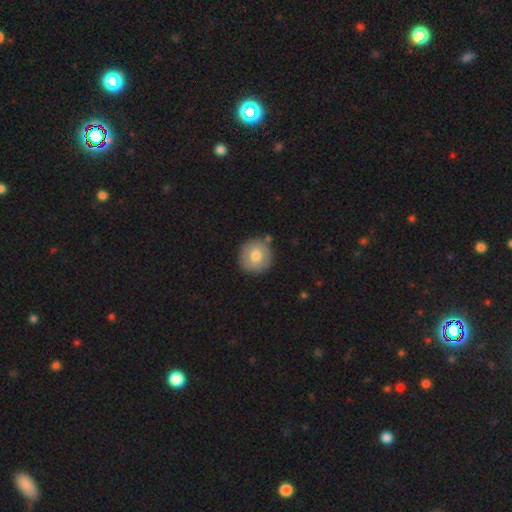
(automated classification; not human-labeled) Smooth or featured: smooth — 76% (featured or disk — 16%)
How rounded: round — 94% (in between — 5%)
Merging: none — 85% (minor disturbance — 10%)